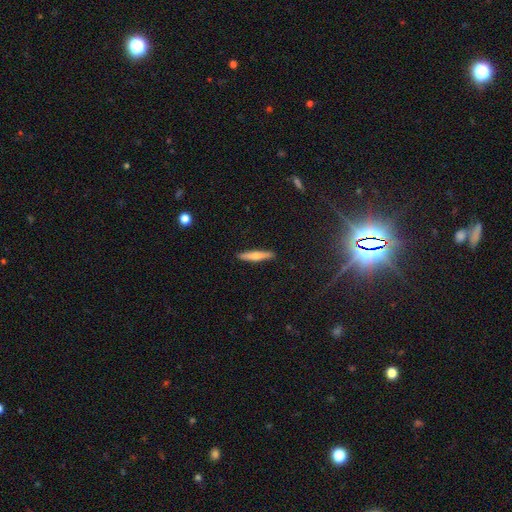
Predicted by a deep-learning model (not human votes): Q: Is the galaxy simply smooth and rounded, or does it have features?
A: smooth — 53%.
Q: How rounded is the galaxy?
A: cigar-shaped — 91%.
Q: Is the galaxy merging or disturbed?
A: none — 91%.